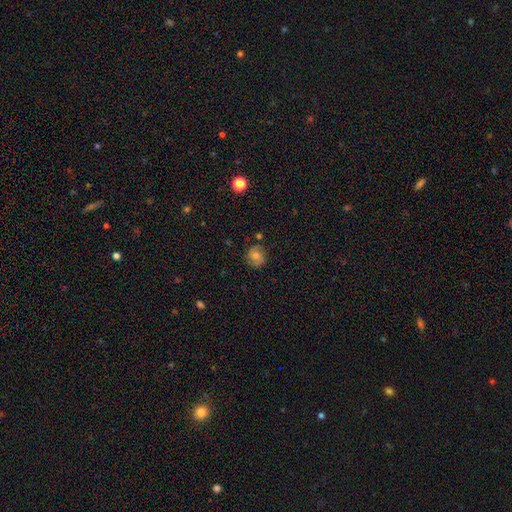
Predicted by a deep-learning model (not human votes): A smooth galaxy with no disk features (60%) that is round (83%).

Vote fractions:
- Smooth or featured? smooth: 60% / featured or disk: 28% / star or artifact: 12%
- How rounded? round: 83% / in between: 15% / cigar-shaped: 1%
- Merging? none: 78% / minor disturbance: 16% / major disturbance: 4% / merger: 2%